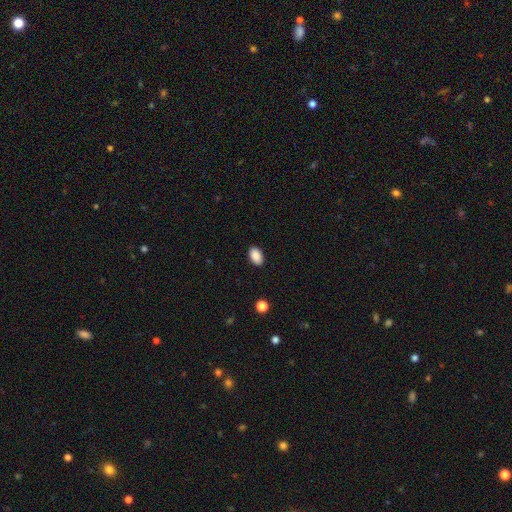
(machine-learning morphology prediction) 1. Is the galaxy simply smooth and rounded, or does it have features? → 89% smooth, 8% star or artifact, 3% featured or disk.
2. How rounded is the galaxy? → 92% in between, 7% round, 1% cigar-shaped.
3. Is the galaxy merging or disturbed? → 89% none, 8% minor disturbance, 2% major disturbance, 1% merger.